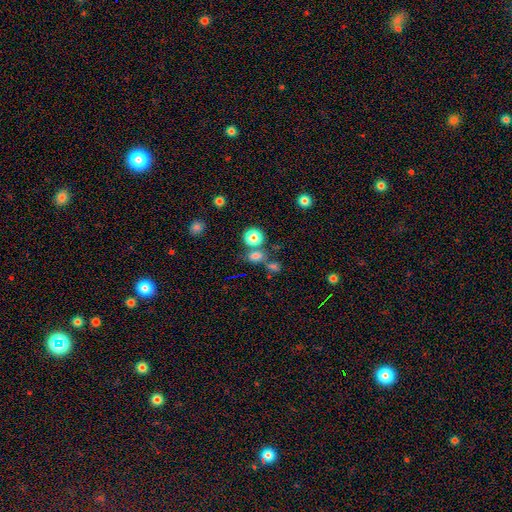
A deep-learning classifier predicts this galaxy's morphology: A smooth galaxy with no disk features (74%) that is round (61%). Merging: none (55%).